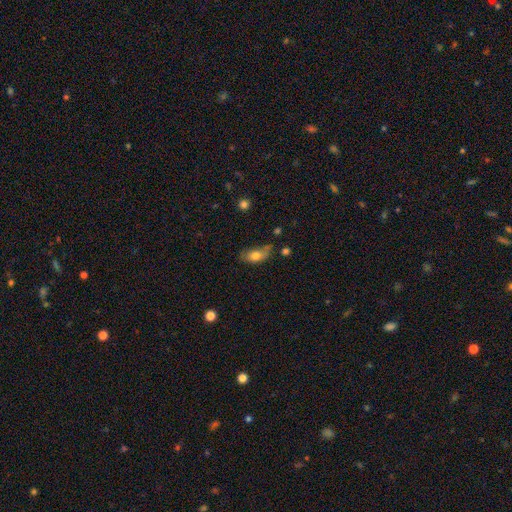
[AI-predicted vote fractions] Smooth or featured?
  - smooth: 75% *
  - featured or disk: 17%
  - star or artifact: 8%
How rounded?
  - in between: 87% *
  - round: 6%
  - cigar-shaped: 6%
Merging?
  - none: 47% *
  - minor disturbance: 35%
  - major disturbance: 12%
  - merger: 6%